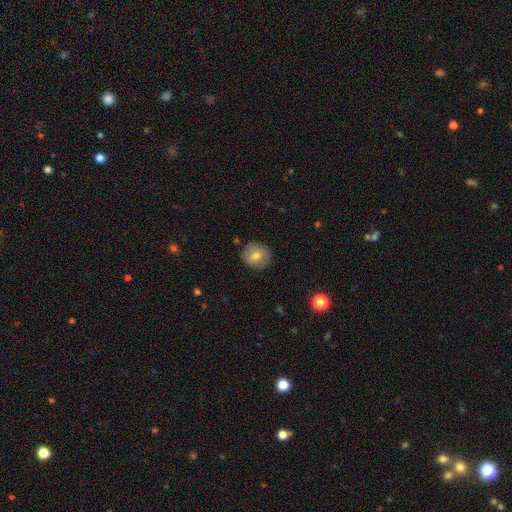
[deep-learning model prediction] Overall: smooth (71%). How rounded: round (90%). Merging: none (88%).